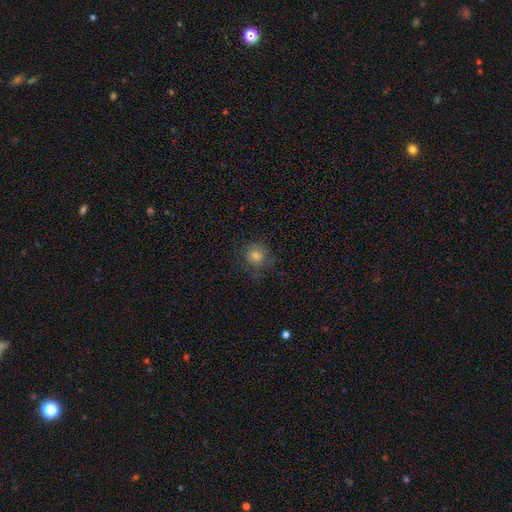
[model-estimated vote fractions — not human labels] Smooth or featured: smooth — 67% (star or artifact — 18%)
How rounded: round — 89% (in between — 10%)
Merging: none — 73% (minor disturbance — 17%)